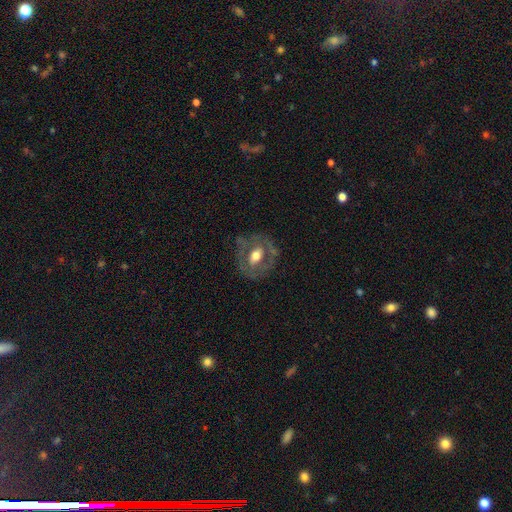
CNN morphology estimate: This is possibly a featured or disk galaxy (58%). It is clearly not viewed edge-on (93%). Bar: likely no (60%). Spiral arm pattern: likely no (77%). Central bulge: likely moderate (64%). Merging: likely none (68%).